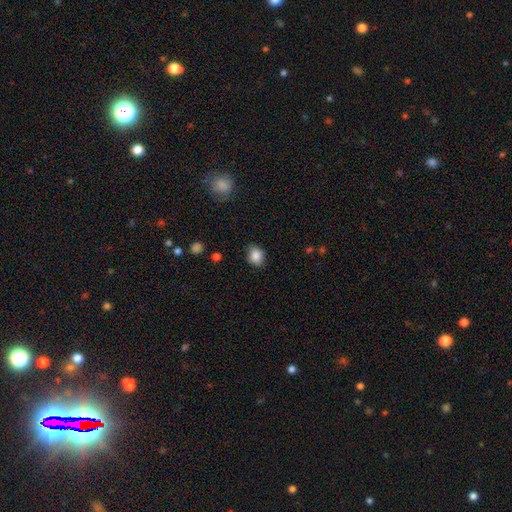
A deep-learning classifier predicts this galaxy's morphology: This is clearly a smooth galaxy (84%). How rounded: likely round (63%). Merging: likely none (70%).